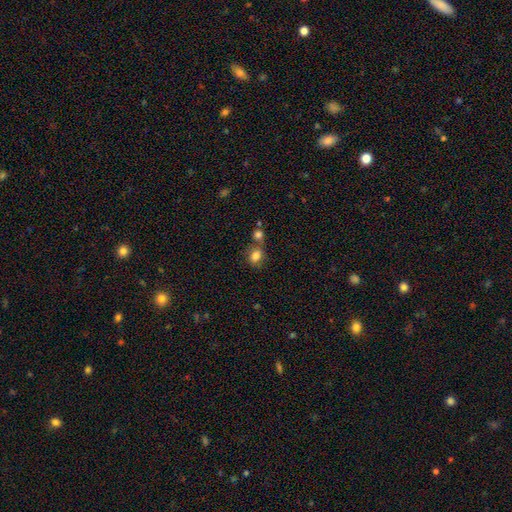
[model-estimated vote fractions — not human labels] Smooth or featured: smooth — 82% (star or artifact — 11%)
How rounded: round — 52% (in between — 47%)
Merging: none — 52% (merger — 30%)